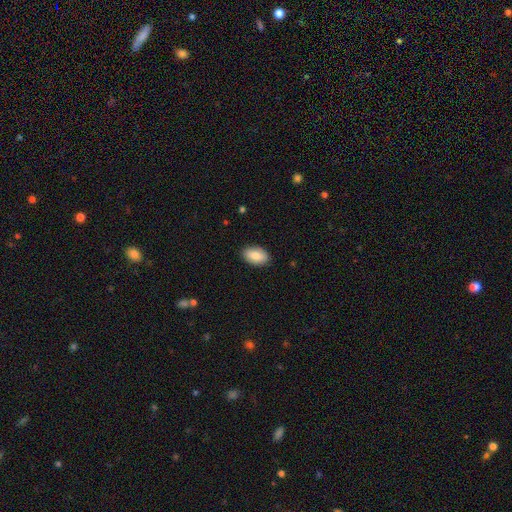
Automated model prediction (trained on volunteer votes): Smooth or featured?
  - smooth: 87% *
  - featured or disk: 7%
  - star or artifact: 6%
How rounded?
  - in between: 93% *
  - round: 5%
  - cigar-shaped: 2%
Merging?
  - none: 89% *
  - minor disturbance: 8%
  - major disturbance: 2%
  - merger: 1%